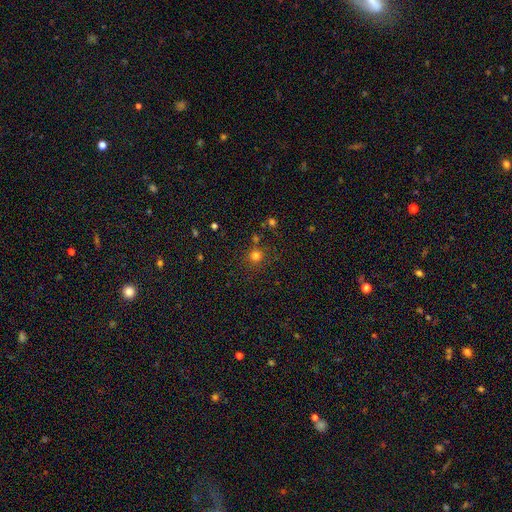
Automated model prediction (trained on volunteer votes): A smooth galaxy with no disk features (77%) that is round (93%).

Vote fractions:
- Smooth or featured? smooth: 77% / star or artifact: 18% / featured or disk: 6%
- How rounded? round: 93% / in between: 6% / cigar-shaped: 1%
- Merging? none: 80% / minor disturbance: 9% / merger: 8% / major disturbance: 4%